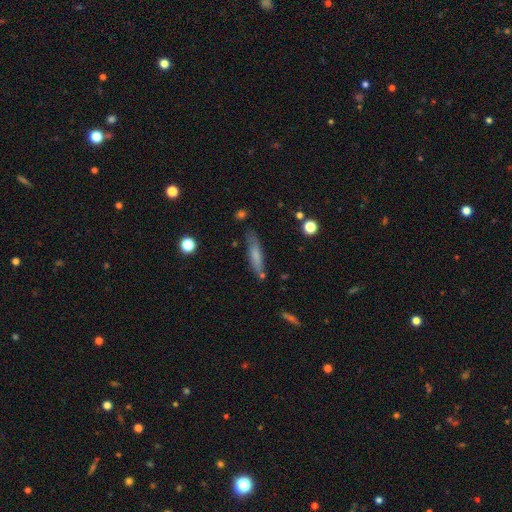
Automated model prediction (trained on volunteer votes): Overall: smooth (70%). How rounded: cigar-shaped (78%). Merging: none (74%).